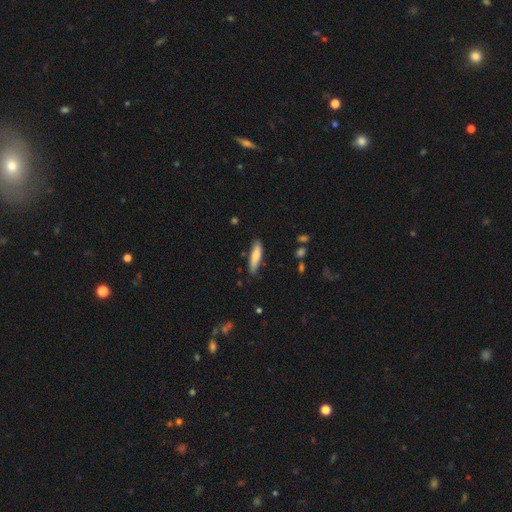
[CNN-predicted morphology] Smooth or featured?
  - smooth: 75% *
  - featured or disk: 19%
  - star or artifact: 6%
How rounded?
  - cigar-shaped: 74% *
  - in between: 25%
  - round: 1%
Merging?
  - none: 80% *
  - minor disturbance: 16%
  - major disturbance: 2%
  - merger: 2%